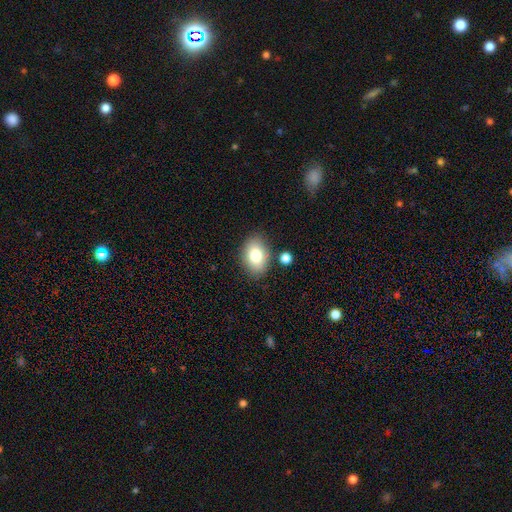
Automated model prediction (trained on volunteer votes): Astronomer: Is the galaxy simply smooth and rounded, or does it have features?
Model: smooth — 79%.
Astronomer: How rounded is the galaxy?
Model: in between — 80%.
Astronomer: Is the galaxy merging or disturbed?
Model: none — 81%.